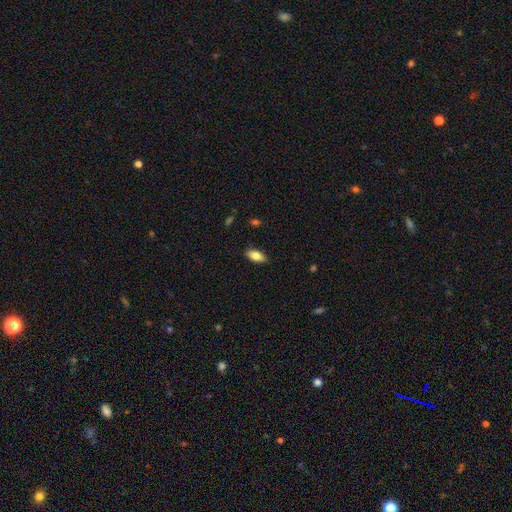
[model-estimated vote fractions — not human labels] Smooth or featured? smooth (80%)
How rounded? in between (89%)
Merging? none (86%)